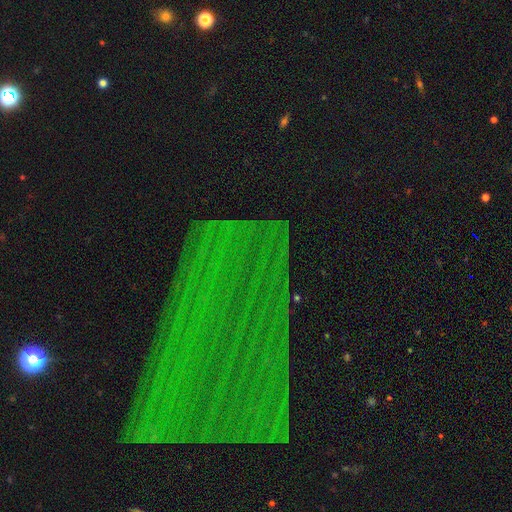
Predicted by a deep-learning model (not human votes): Smooth or featured? Predicted: star or artifact (p=0.75).